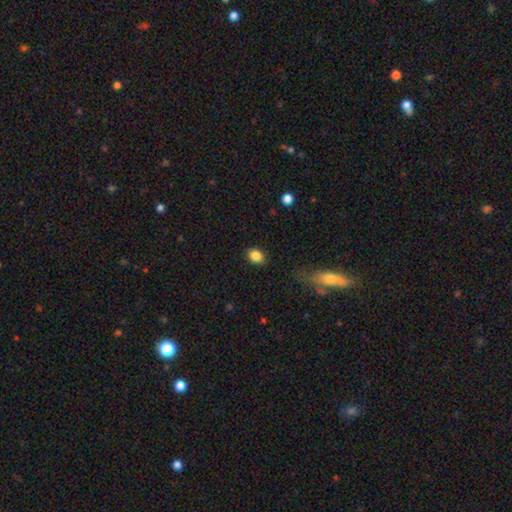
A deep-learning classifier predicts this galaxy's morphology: The model was most divided on "how rounded": in between: 61%, round: 38%, cigar-shaped: 1%. More confident: merging — none (87%); smooth or featured — smooth (86%).